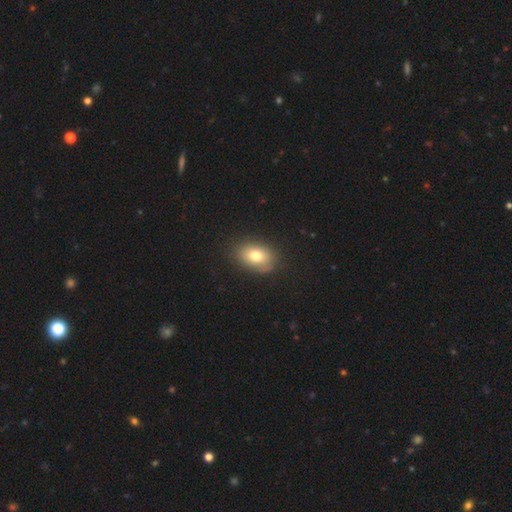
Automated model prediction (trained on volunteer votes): smooth 78%, featured or disk 13%, star or artifact 9%. Down the decision tree: how rounded — in between (81%); merging — none (80%).